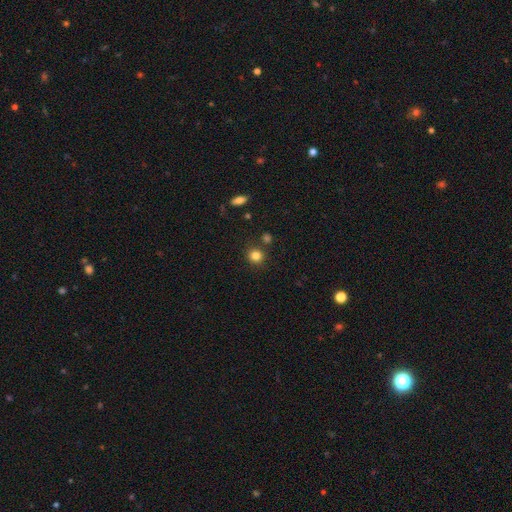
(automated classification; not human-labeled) Q: Smooth or featured?
A: smooth (82%); runner-up: star or artifact (13%)
Q: How rounded?
A: round (90%); runner-up: in between (9%)
Q: Merging?
A: none (82%); runner-up: minor disturbance (8%)